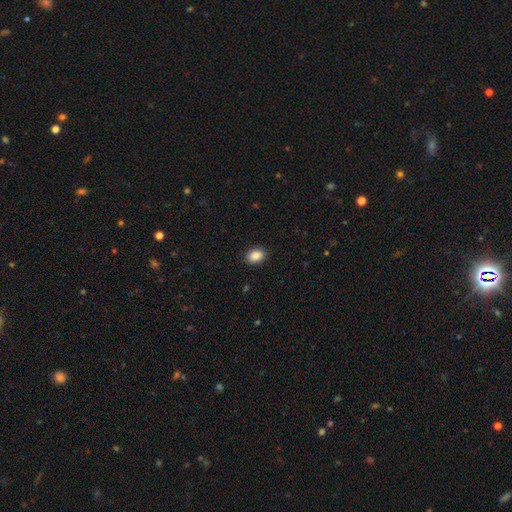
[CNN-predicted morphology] Smooth or featured? smooth (89%)
How rounded? in between (77%)
Merging? none (89%)